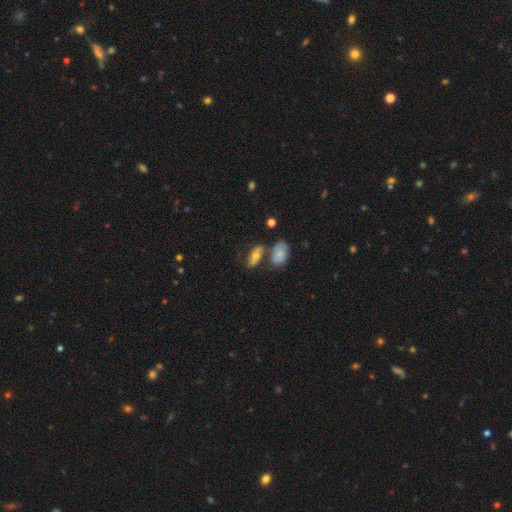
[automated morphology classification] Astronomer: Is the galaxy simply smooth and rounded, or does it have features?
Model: smooth — 62%.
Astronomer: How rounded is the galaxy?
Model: in between — 77%.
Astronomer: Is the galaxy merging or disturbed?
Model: none — 56%.